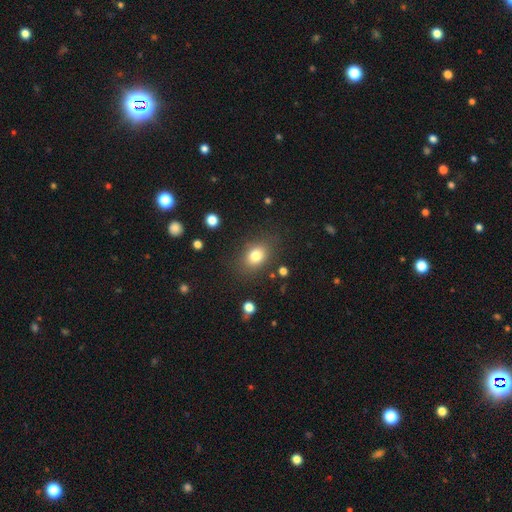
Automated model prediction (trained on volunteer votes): Smooth or featured? Predicted: smooth (p=0.80). How rounded? Predicted: in between (p=0.62). Merging? Predicted: none (p=0.81).